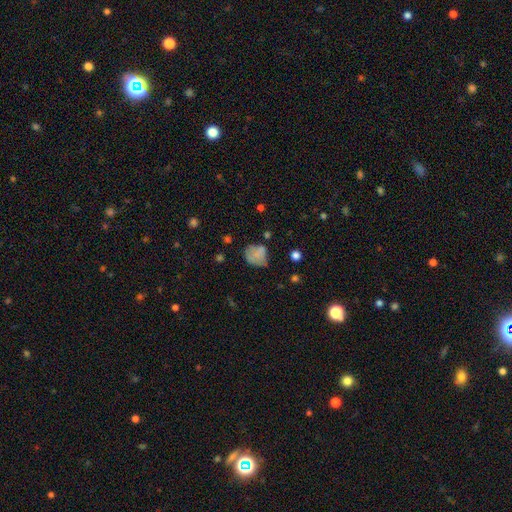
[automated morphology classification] smooth 68%, featured or disk 20%, star or artifact 12%. Down the decision tree: how rounded — round (61%); merging — none (46%).